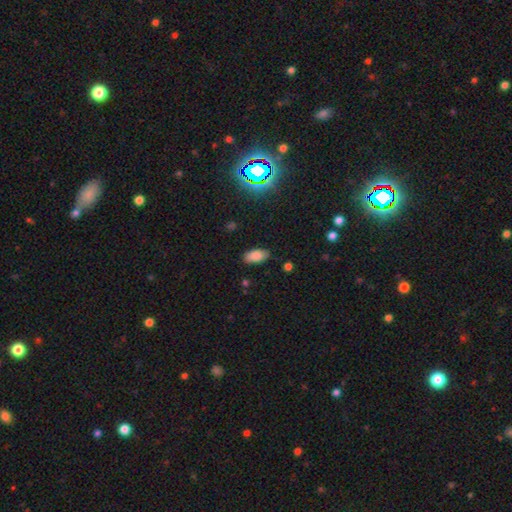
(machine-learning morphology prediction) Overall: smooth (83%). How rounded: in between (93%). Merging: none (84%).